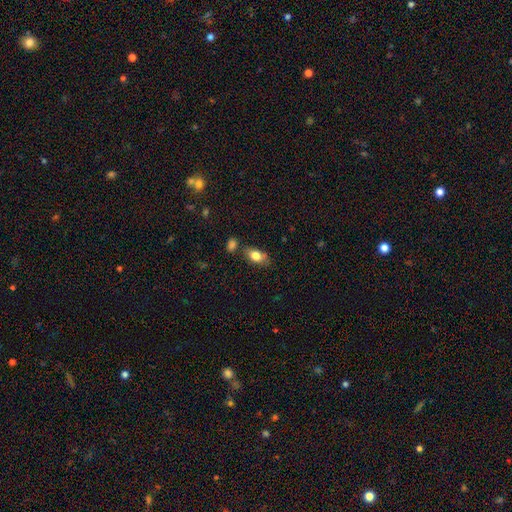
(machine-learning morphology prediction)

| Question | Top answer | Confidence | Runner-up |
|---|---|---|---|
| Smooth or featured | smooth | 79% | featured or disk (13%) |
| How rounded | in between | 88% | round (8%) |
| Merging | none | 70% | minor disturbance (17%) |